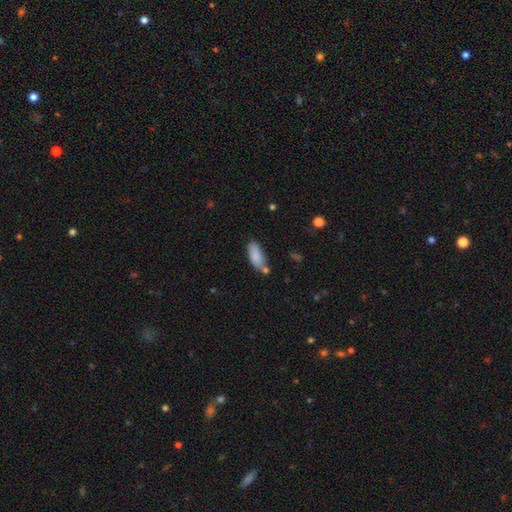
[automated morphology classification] Smooth or featured?
  - smooth: 85% *
  - featured or disk: 8%
  - star or artifact: 7%
How rounded?
  - in between: 78% *
  - cigar-shaped: 20%
  - round: 2%
Merging?
  - none: 64% *
  - minor disturbance: 20%
  - merger: 12%
  - major disturbance: 4%